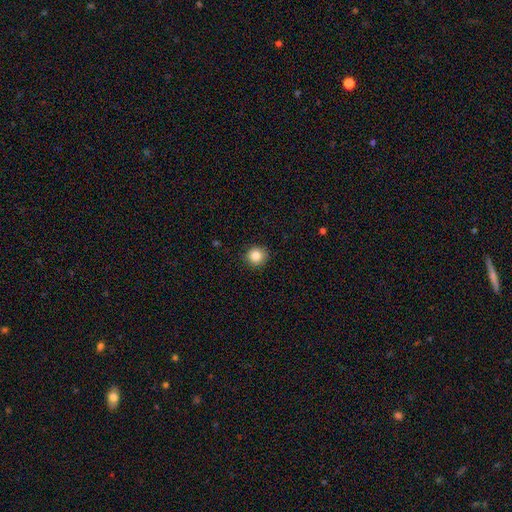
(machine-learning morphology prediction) A smooth galaxy with no disk features (84%) that is round (92%). Merging: none (90%).